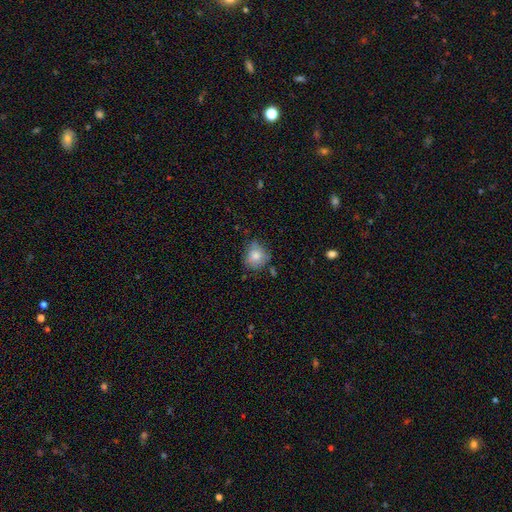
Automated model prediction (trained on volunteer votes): This appears to be a smooth galaxy with no disk features (80%) that is round (76%). Merging: none (65%).